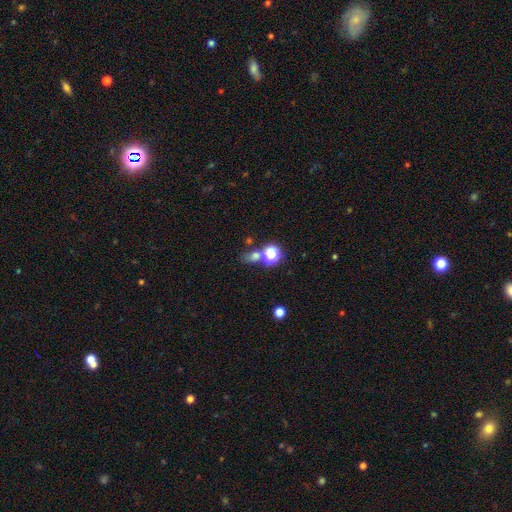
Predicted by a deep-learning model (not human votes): smooth-or-featured: smooth: 59% | star or artifact: 32% | featured or disk: 10%
  how-rounded: round: 54% | in between: 44% | cigar-shaped: 2%
  merging: none: 56% | merger: 26% | minor disturbance: 12% | major disturbance: 7%